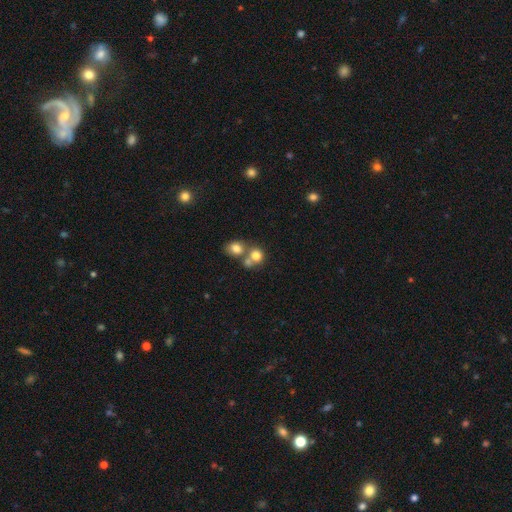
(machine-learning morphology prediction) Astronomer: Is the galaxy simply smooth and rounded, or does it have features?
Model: smooth — 76%.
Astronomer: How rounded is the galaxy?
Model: round — 78%.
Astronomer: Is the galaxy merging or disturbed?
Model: merger — 52% (runner-up: none, 37%).